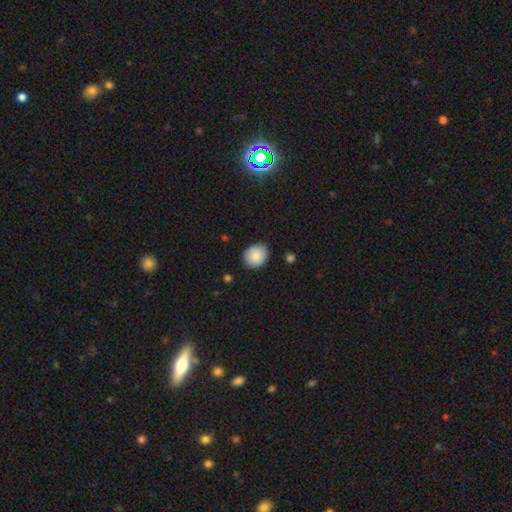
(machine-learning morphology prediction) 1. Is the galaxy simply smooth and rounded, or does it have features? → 88% smooth, 7% star or artifact, 5% featured or disk.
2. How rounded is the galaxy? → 68% round, 31% in between, 1% cigar-shaped.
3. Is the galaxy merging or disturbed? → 84% none, 12% minor disturbance, 2% major disturbance, 1% merger.